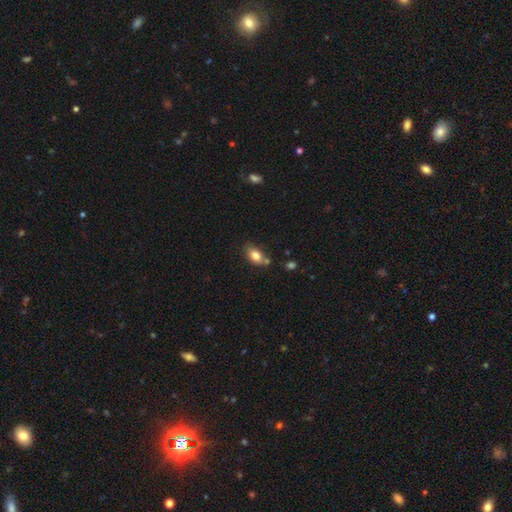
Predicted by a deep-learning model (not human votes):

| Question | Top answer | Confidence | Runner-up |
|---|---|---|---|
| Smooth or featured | smooth | 80% | featured or disk (11%) |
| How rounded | in between | 82% | round (16%) |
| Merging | none | 61% | minor disturbance (20%) |